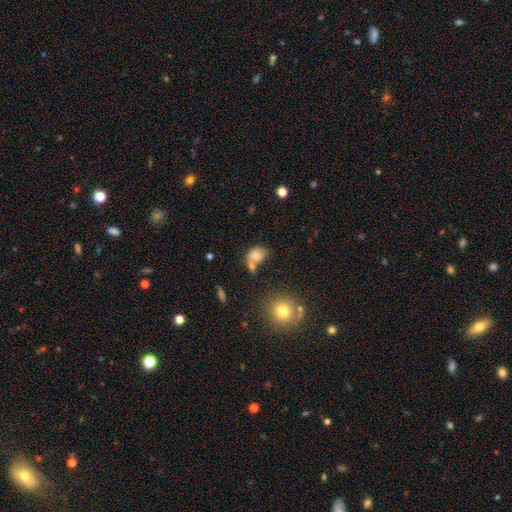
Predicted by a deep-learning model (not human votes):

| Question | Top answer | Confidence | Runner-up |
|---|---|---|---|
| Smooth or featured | smooth | 72% | featured or disk (17%) |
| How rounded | in between | 63% | round (36%) |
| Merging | merger | 37% | none (36%) |